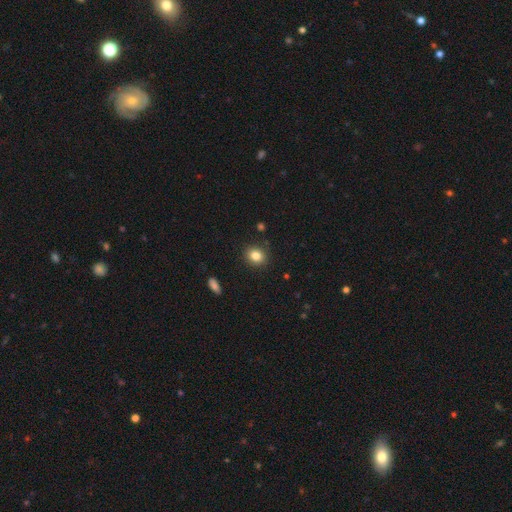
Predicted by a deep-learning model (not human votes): A smooth galaxy with no disk features (83%) that is round (68%).

Vote fractions:
- Smooth or featured? smooth: 83% / star or artifact: 10% / featured or disk: 7%
- How rounded? round: 68% / in between: 31% / cigar-shaped: 1%
- Merging? none: 89% / minor disturbance: 8% / major disturbance: 2% / merger: 2%